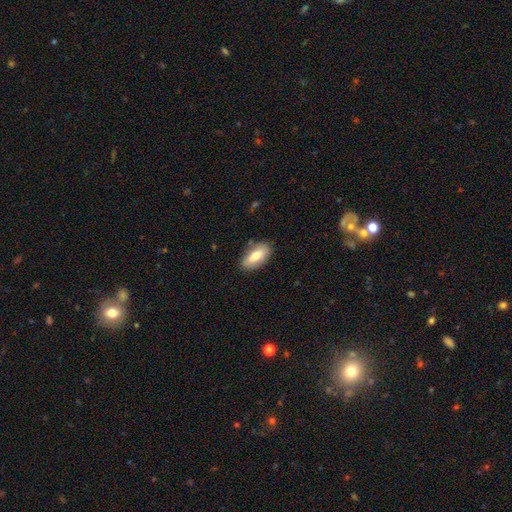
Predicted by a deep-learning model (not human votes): smooth 73%, featured or disk 20%, star or artifact 7%. Down the decision tree: how rounded — in between (89%); merging — none (82%).